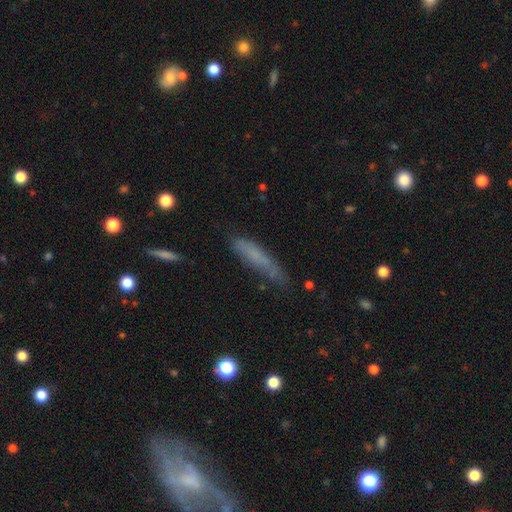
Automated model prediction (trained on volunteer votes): Smooth or featured? Predicted: smooth (p=0.68). How rounded? Predicted: cigar-shaped (p=0.83). Merging? Predicted: none (p=0.60).